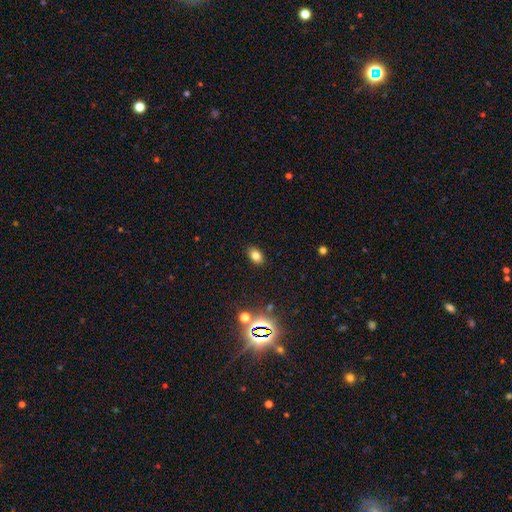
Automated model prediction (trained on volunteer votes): A smooth galaxy with no disk features (77%) that is in between round and cigar-shaped (81%).

Vote fractions:
- Smooth or featured? smooth: 77% / star or artifact: 15% / featured or disk: 8%
- How rounded? in between: 81% / round: 18% / cigar-shaped: 1%
- Merging? none: 88% / minor disturbance: 8% / major disturbance: 2% / merger: 1%